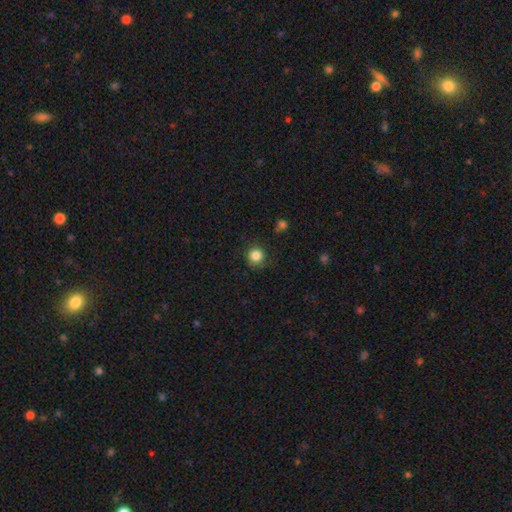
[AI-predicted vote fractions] This is clearly a smooth galaxy (84%). How rounded: clearly round (94%). Merging: clearly none (83%).